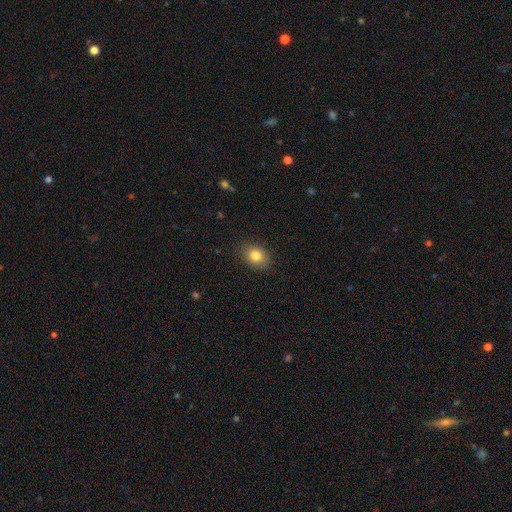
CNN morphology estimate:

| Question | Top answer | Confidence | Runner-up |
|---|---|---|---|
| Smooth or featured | smooth | 82% | star or artifact (10%) |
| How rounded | in between | 60% | round (38%) |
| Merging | none | 87% | minor disturbance (9%) |